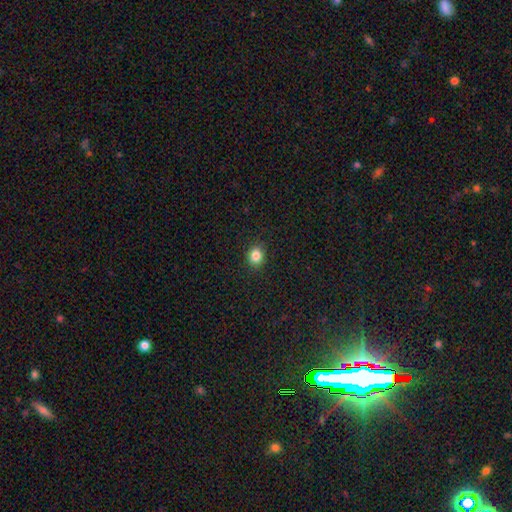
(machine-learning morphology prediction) Smooth or featured? Predicted: smooth (p=0.84). How rounded? Predicted: round (p=0.73). Merging? Predicted: none (p=0.91).